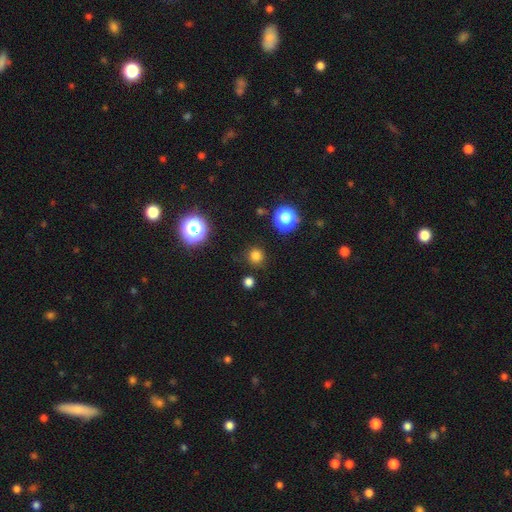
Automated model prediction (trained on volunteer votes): Q: Smooth or featured?
A: smooth (77%); runner-up: star or artifact (19%)
Q: How rounded?
A: round (93%); runner-up: in between (6%)
Q: Merging?
A: none (88%); runner-up: minor disturbance (7%)